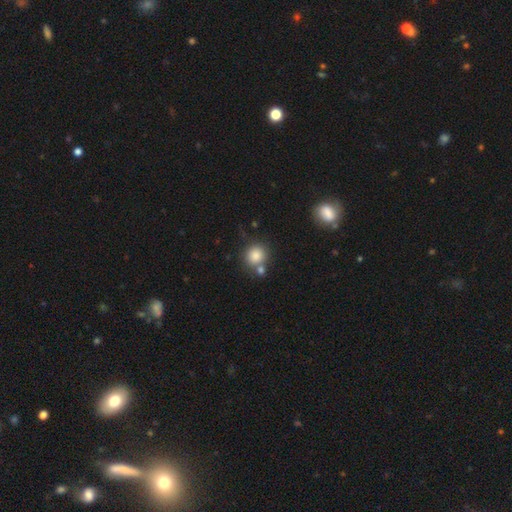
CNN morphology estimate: type=smooth (84%); roundness=round (88%); merging=none (64%).